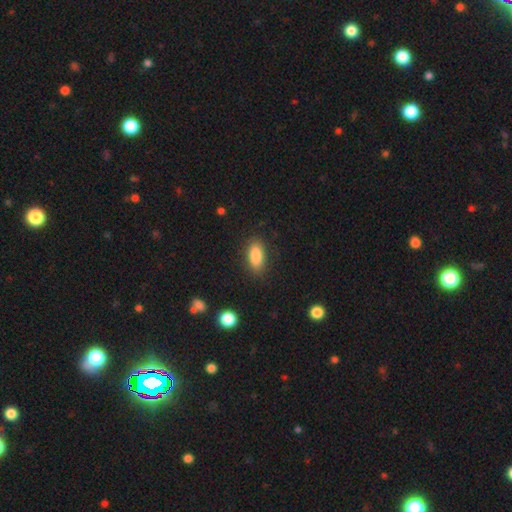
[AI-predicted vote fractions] A smooth galaxy with no disk features (86%) that is in between round and cigar-shaped (87%).

Vote fractions:
- Smooth or featured? smooth: 86% / star or artifact: 8% / featured or disk: 7%
- How rounded? in between: 87% / cigar-shaped: 9% / round: 4%
- Merging? none: 86% / minor disturbance: 10% / major disturbance: 3% / merger: 1%